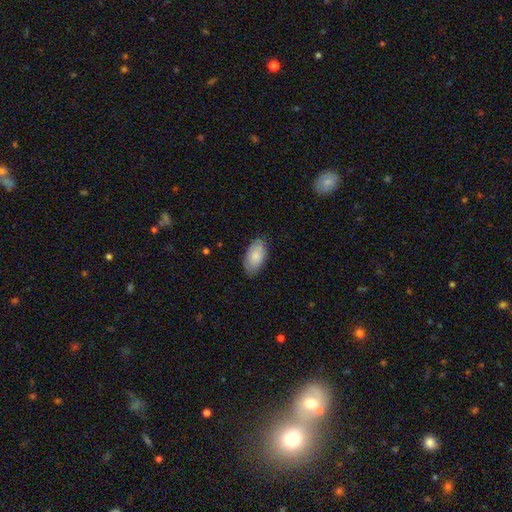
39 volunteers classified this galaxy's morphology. Smooth or featured? 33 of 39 (85%) said smooth. How rounded? 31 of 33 (94%) said in between. Merging? 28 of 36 (78%) said none.